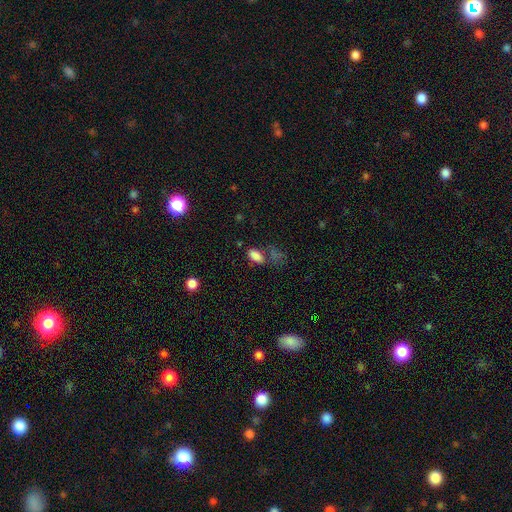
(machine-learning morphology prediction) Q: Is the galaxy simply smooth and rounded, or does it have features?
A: smooth — 81%.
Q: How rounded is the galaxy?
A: in between — 91%.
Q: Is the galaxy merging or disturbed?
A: none — 55%.